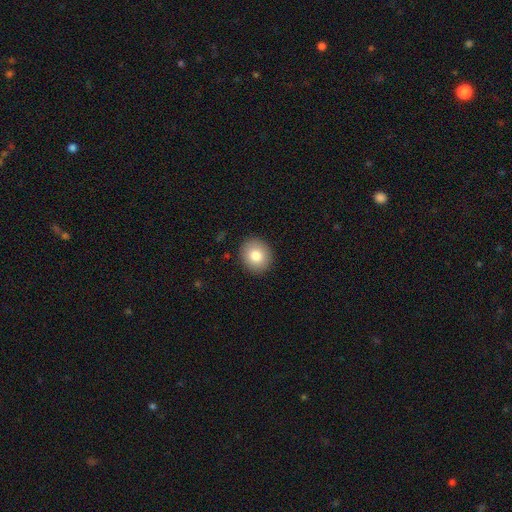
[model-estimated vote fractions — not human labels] smooth-or-featured: smooth: 81% | featured or disk: 10% | star or artifact: 9%
  how-rounded: round: 79% | in between: 20% | cigar-shaped: 1%
  merging: none: 91% | minor disturbance: 6% | major disturbance: 2% | merger: 1%